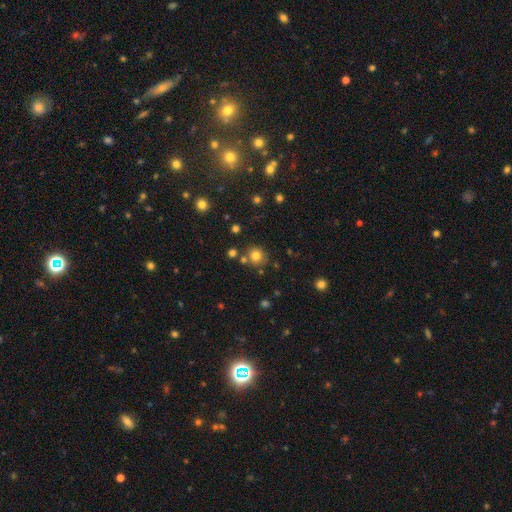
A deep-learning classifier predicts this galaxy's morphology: The model was most divided on "smooth or featured": smooth: 78%, star or artifact: 15%, featured or disk: 7%. More confident: how rounded — round (90%); merging — none (77%).